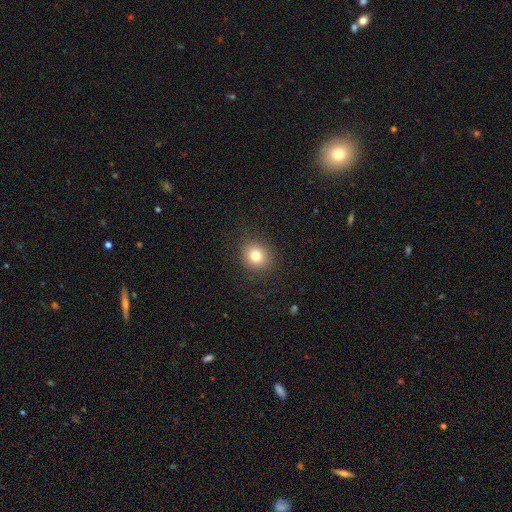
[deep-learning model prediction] The model was most divided on "how rounded": round: 82%, in between: 17%, cigar-shaped: 1%. More confident: merging — none (89%); smooth or featured — smooth (79%).